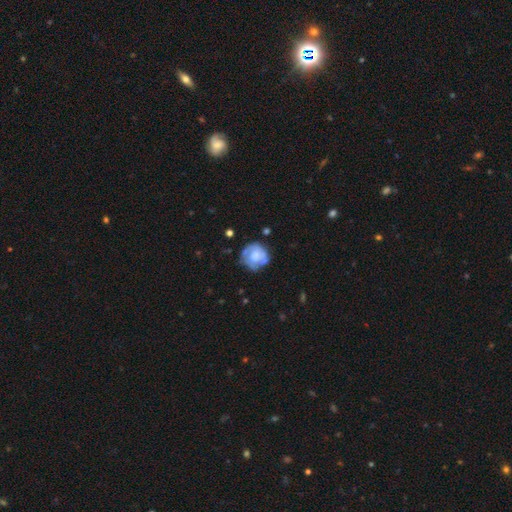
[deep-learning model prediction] This appears to be a featured or disk galaxy (54%) with no bar (74%), spiral arms (62%) and a moderate central bulge (42%). Merging: none (60%).